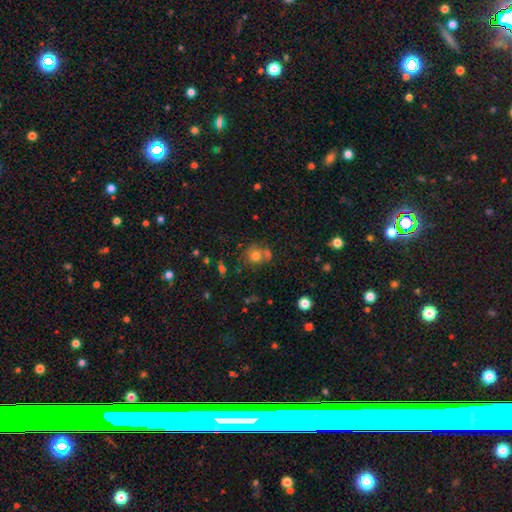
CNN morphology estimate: Smooth or featured? smooth (69%)
How rounded? round (76%)
Merging? none (49%)